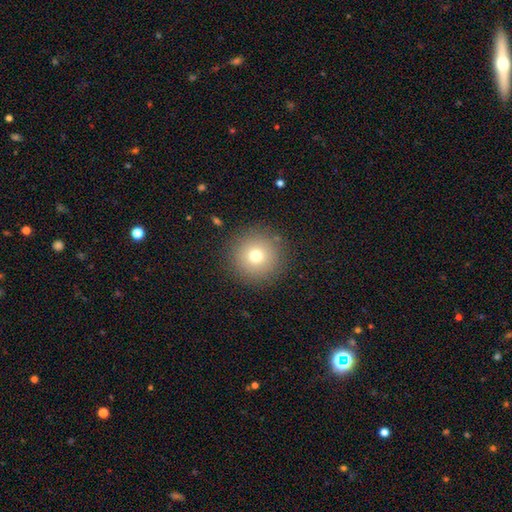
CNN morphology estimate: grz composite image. It shows a smooth galaxy with no disk features (73%) that is round (96%). Merging: none (89%).